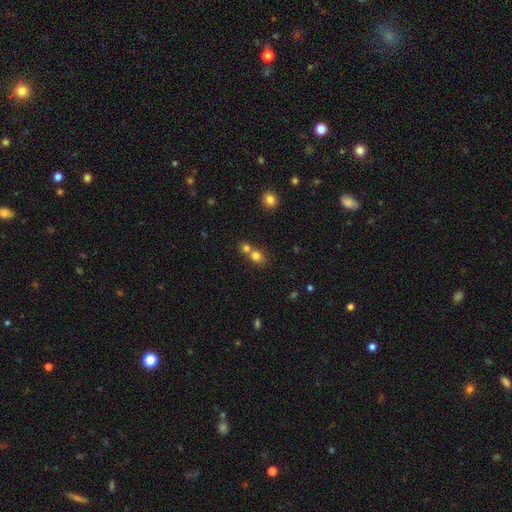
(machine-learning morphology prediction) Overall: smooth (76%). How rounded: round (64%; in between 34%). Merging: merger (53%; none 37%).